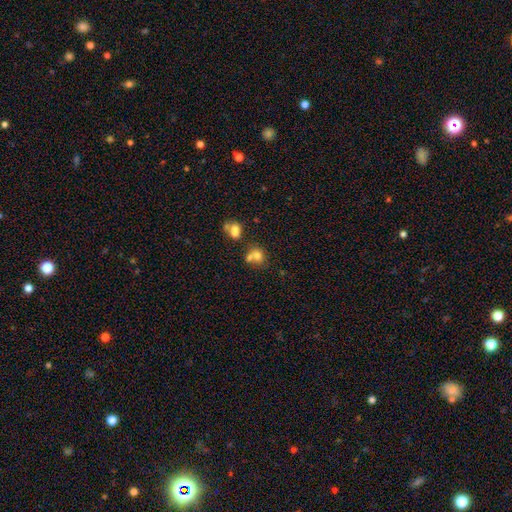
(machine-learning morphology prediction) This appears to be a smooth galaxy with no disk features (71%) that is round (65%). Merging: merger (49%).